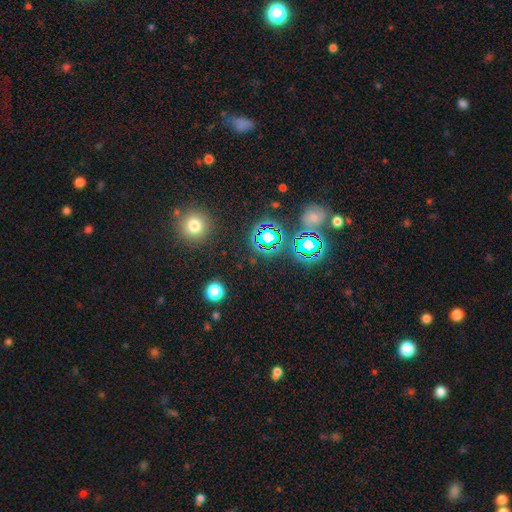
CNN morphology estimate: A star or artifact, not a galaxy (54%).